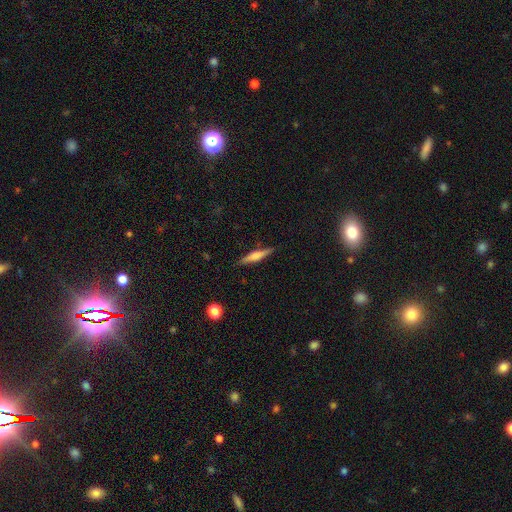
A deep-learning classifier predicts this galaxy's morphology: Smooth or featured: featured or disk — 50% (smooth — 43%)
Merging: none — 88% (minor disturbance — 9%)